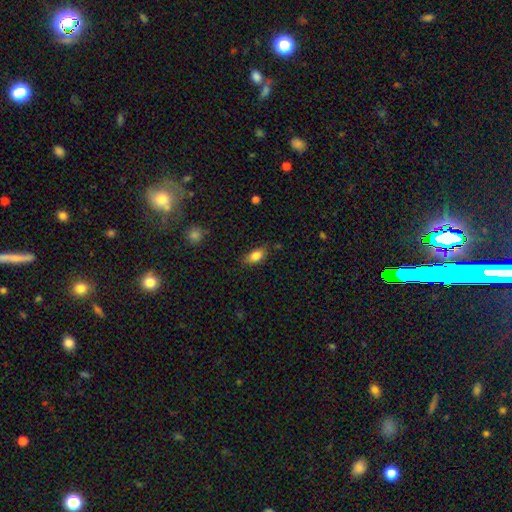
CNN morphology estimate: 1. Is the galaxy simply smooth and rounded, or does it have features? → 84% smooth, 8% star or artifact, 8% featured or disk.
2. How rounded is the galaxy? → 86% in between, 8% round, 6% cigar-shaped.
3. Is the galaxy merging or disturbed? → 78% none, 17% minor disturbance, 4% major disturbance, 2% merger.